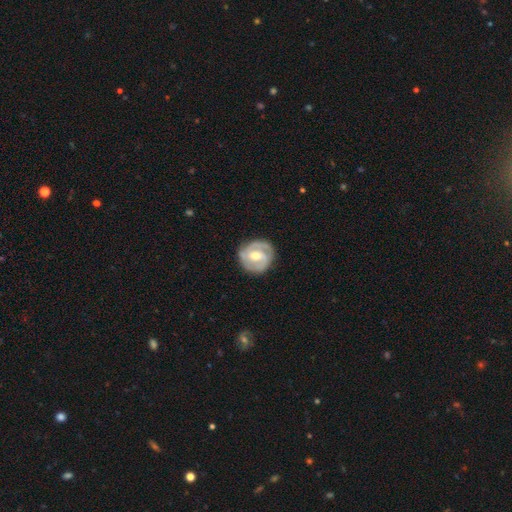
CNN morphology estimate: This is clearly a featured or disk galaxy (80%). It is clearly not viewed edge-on (97%). Bar: possibly weak (46%). Spiral arm pattern: clearly yes (92%). Spiral arm count: likely 2 (65%). Spiral winding: possibly tight (53%). Central bulge: likely moderate (67%). Merging: clearly none (82%).